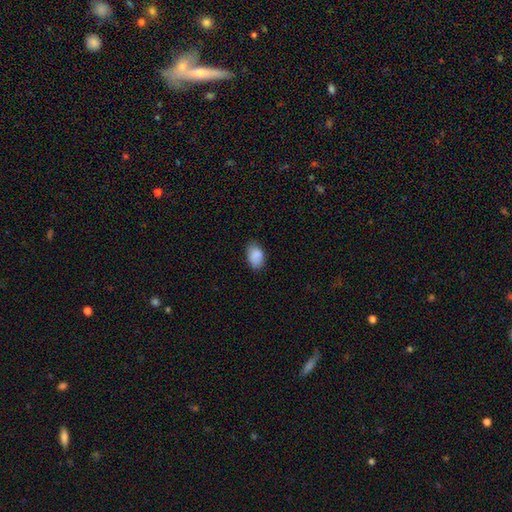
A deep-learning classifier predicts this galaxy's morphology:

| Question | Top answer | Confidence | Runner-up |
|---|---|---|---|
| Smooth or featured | smooth | 88% | star or artifact (7%) |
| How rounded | in between | 89% | round (9%) |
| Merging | none | 75% | minor disturbance (20%) |